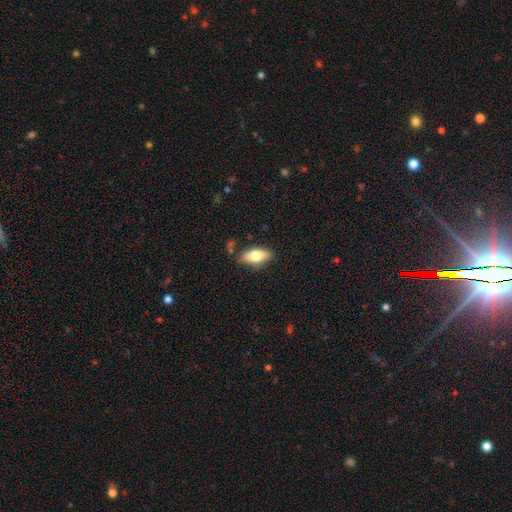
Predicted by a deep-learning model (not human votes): smooth_or_featured: smooth (p=0.71) [alt: featured or disk p=0.22]
how_rounded: in between (p=0.83) [alt: cigar-shaped p=0.13]
merging: none (p=0.80) [alt: minor disturbance p=0.14]